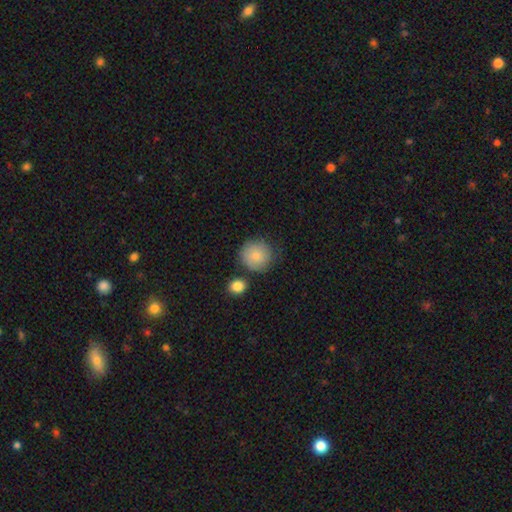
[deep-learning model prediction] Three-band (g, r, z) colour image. It shows a smooth galaxy with no disk features (82%) that is round (92%). Merging: none (72%).